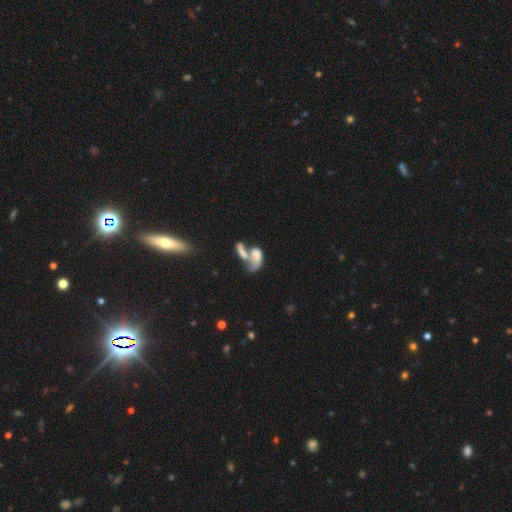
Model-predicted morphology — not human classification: The model was most divided on "smooth or featured": smooth: 51%, featured or disk: 38%, star or artifact: 11%. More confident: how rounded — in between (85%); merging — merger (70%).